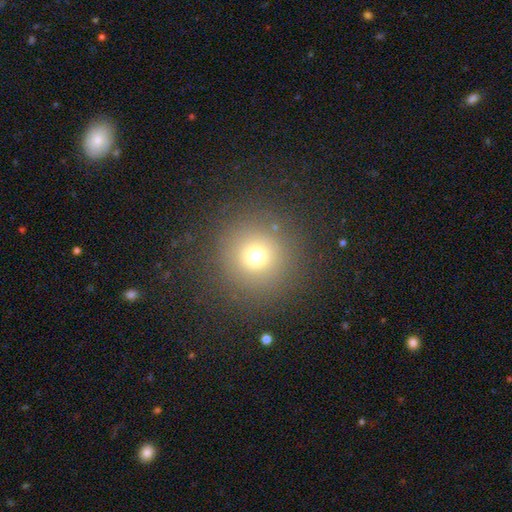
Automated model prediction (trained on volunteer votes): This is likely a smooth galaxy (70%). How rounded: clearly round (96%). Merging: clearly none (87%).